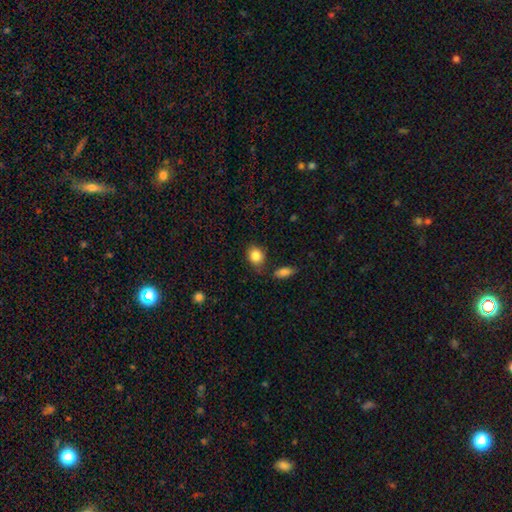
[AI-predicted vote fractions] This appears to be a smooth galaxy with no disk features (86%) that is round (54%). Merging: none (69%).